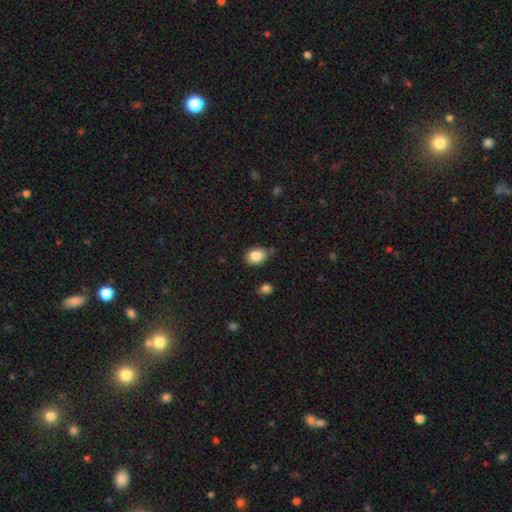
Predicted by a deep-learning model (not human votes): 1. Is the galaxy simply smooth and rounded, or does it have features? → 86% smooth, 8% star or artifact, 6% featured or disk.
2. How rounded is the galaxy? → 76% in between, 23% round, 1% cigar-shaped.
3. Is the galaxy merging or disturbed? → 74% none, 19% minor disturbance, 4% merger, 3% major disturbance.